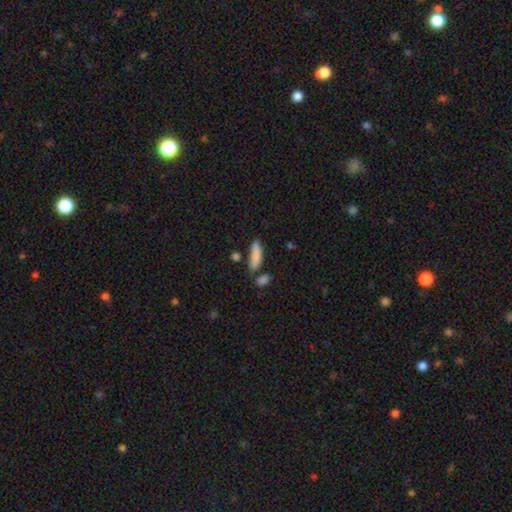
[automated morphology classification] Overall: smooth (86%). How rounded: in between (50%; cigar-shaped 48%). Merging: none (66%).